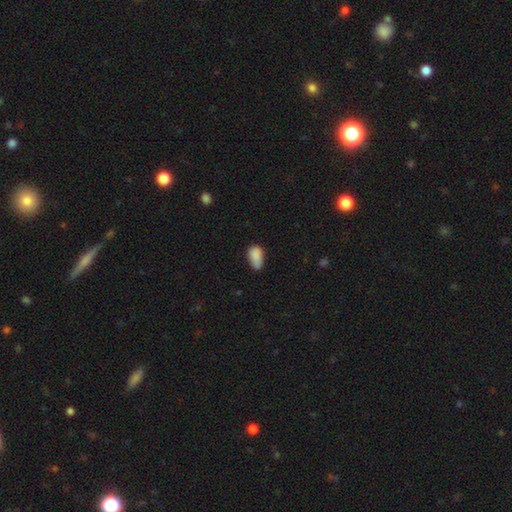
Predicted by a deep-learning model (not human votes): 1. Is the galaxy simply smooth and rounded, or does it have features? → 85% smooth, 9% star or artifact, 6% featured or disk.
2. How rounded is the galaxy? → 90% in between, 8% round, 3% cigar-shaped.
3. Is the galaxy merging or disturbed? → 49% none, 38% minor disturbance, 9% major disturbance, 5% merger.